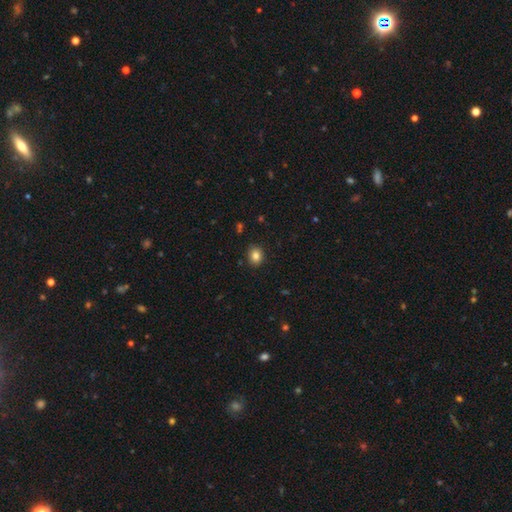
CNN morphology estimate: type=smooth (84%); roundness=round (63%); merging=none (89%).